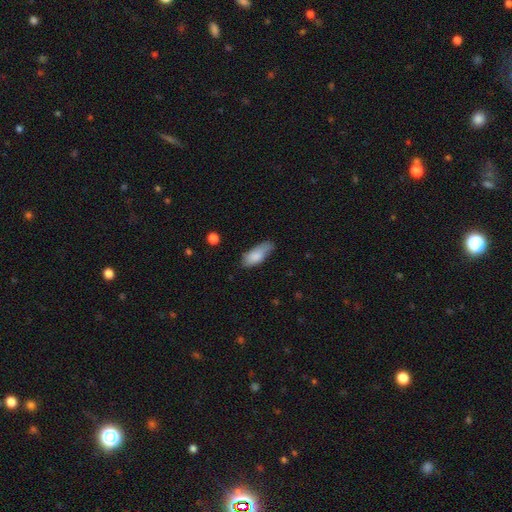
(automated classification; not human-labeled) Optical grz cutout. It shows a smooth galaxy with no disk features (84%) that is in between round and cigar-shaped (80%). Merging: none (63%).